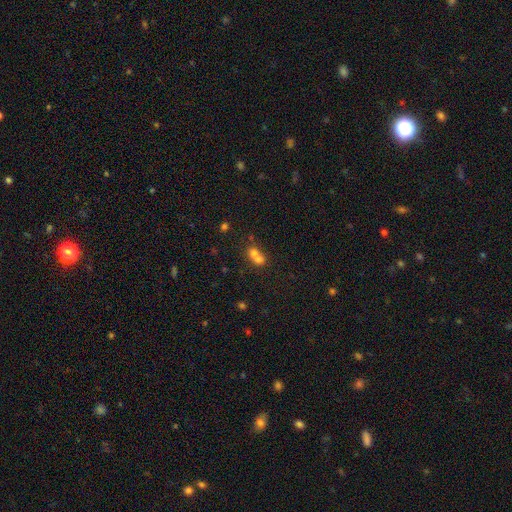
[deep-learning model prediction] Q: Smooth or featured?
A: smooth (68%); runner-up: featured or disk (18%)
Q: How rounded?
A: round (59%); runner-up: in between (39%)
Q: Merging?
A: merger (71%); runner-up: none (21%)